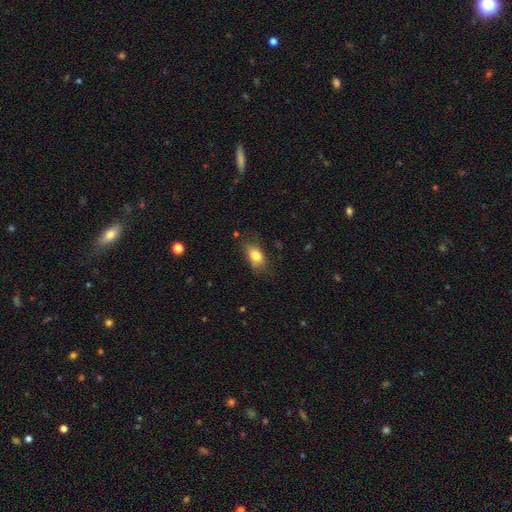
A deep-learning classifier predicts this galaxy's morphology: This is likely a smooth galaxy (79%). How rounded: clearly in between (83%). Merging: likely none (66%).